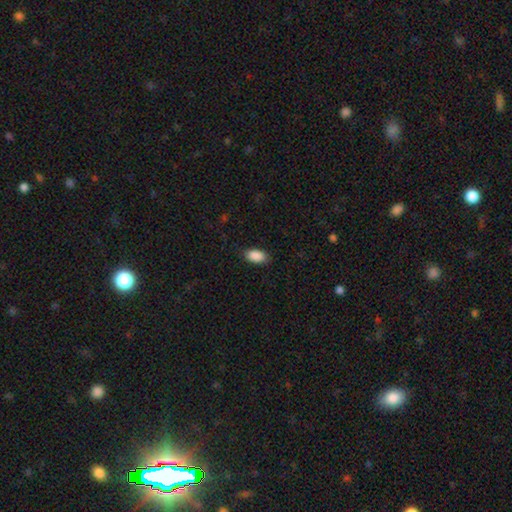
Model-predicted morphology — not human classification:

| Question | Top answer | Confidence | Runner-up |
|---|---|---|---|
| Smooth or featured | smooth | 90% | star or artifact (7%) |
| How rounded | in between | 93% | round (4%) |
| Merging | none | 85% | minor disturbance (11%) |